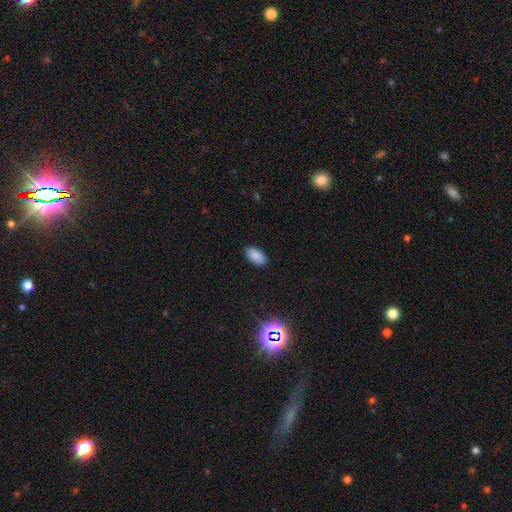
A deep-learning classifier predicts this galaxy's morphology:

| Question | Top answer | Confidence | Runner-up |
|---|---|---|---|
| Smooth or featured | smooth | 86% | star or artifact (9%) |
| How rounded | in between | 95% | round (3%) |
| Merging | none | 88% | minor disturbance (9%) |